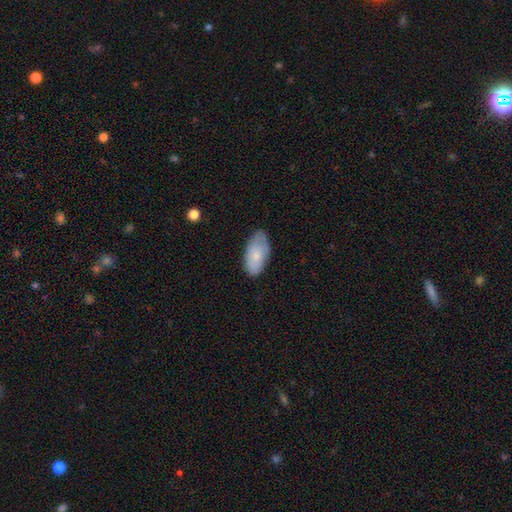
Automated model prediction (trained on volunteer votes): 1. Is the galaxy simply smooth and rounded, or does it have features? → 76% smooth, 18% featured or disk, 6% star or artifact.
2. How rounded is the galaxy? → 93% in between, 4% cigar-shaped, 3% round.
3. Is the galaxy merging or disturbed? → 69% none, 25% minor disturbance, 5% major disturbance, 1% merger.